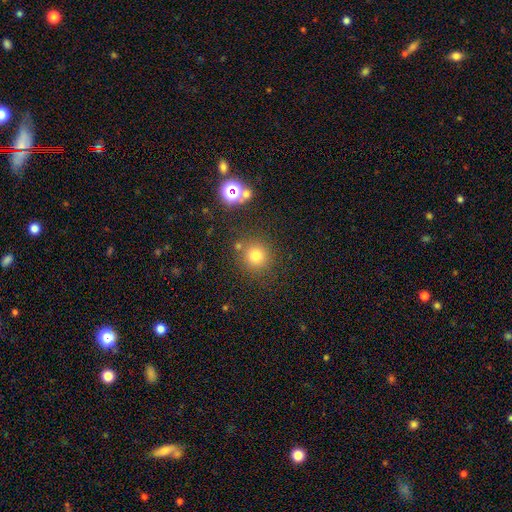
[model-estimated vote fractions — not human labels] smooth 76%, star or artifact 17%, featured or disk 8%. Down the decision tree: how rounded — round (93%); merging — none (80%).